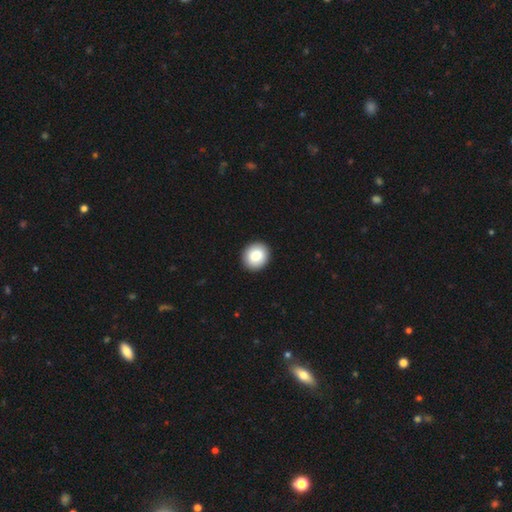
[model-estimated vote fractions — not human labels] A smooth galaxy with no disk features (84%) that is round (80%).

Vote fractions:
- Smooth or featured? smooth: 84% / featured or disk: 9% / star or artifact: 8%
- How rounded? round: 80% / in between: 19% / cigar-shaped: 1%
- Merging? none: 92% / minor disturbance: 5% / major disturbance: 1% / merger: 1%